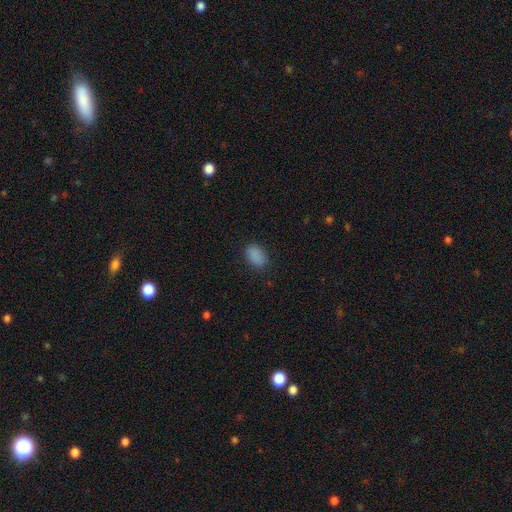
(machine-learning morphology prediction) type=smooth (87%); roundness=in between (84%); merging=none (83%).